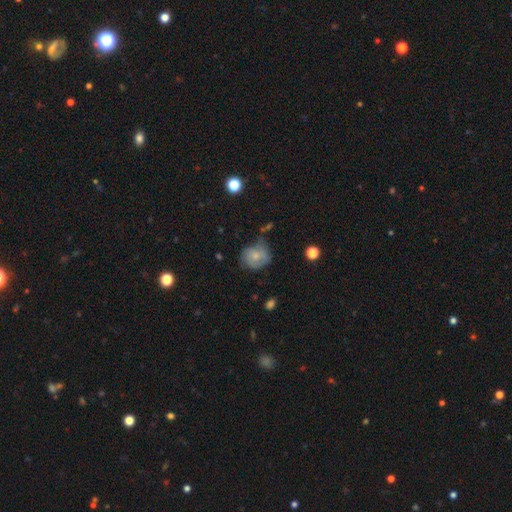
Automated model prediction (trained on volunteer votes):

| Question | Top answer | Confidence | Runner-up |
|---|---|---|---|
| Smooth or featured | smooth | 64% | featured or disk (27%) |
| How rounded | round | 69% | in between (30%) |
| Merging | none | 47% | minor disturbance (34%) |